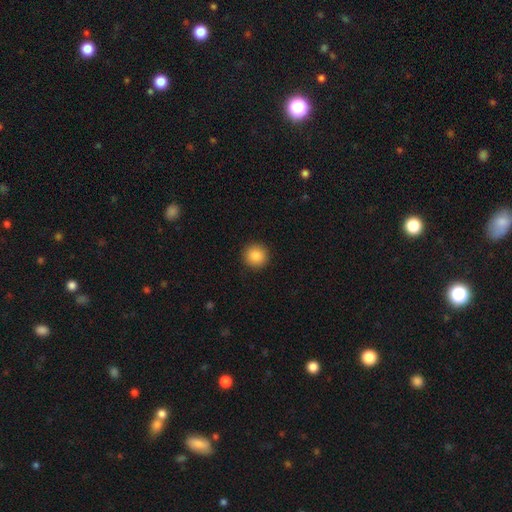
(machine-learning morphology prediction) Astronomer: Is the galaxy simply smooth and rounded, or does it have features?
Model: smooth — 87%.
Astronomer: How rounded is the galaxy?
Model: round — 94%.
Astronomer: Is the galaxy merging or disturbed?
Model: none — 92%.